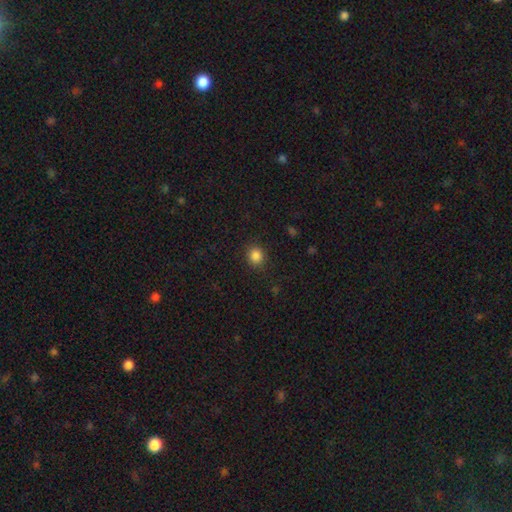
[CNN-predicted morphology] smooth_or_featured: smooth (p=0.86) [alt: star or artifact p=0.11]
how_rounded: round (p=0.84) [alt: in between p=0.15]
merging: none (p=0.89) [alt: minor disturbance p=0.07]